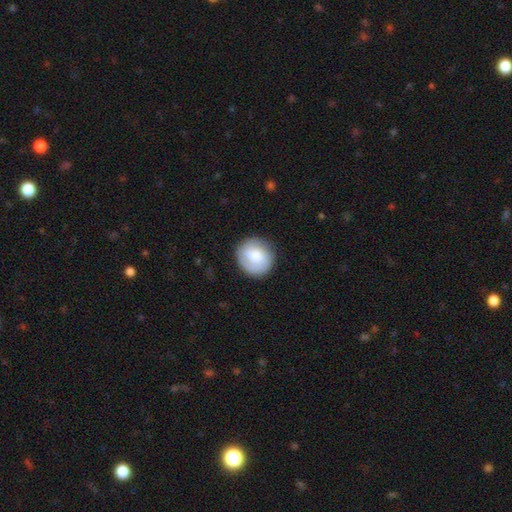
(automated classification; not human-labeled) Smooth or featured? Predicted: smooth (p=0.56). How rounded? Predicted: round (p=0.88). Merging? Predicted: none (p=0.83).